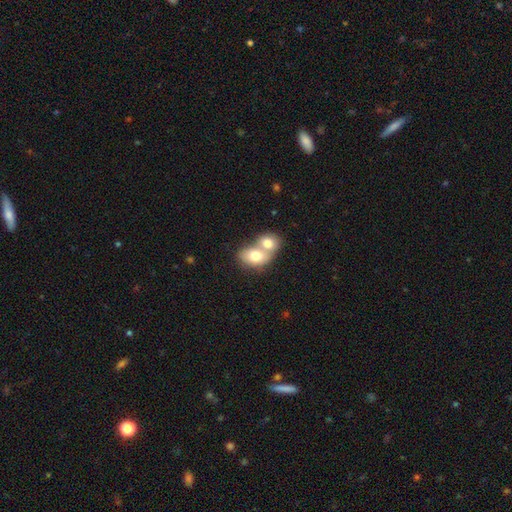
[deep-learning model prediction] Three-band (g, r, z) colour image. It shows a smooth galaxy with no disk features (72%) that is in between round and cigar-shaped (64%). Merging: merger (75%).